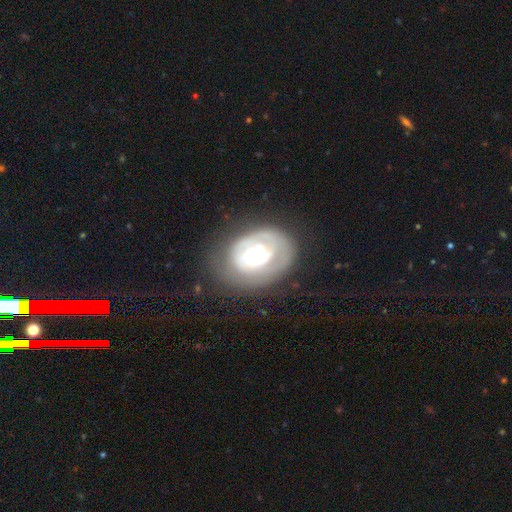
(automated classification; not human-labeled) Smooth or featured: featured or disk — 65% (smooth — 28%)
Edge-on disk: no — 96% (yes — 4%)
Bar: no — 69% (weak — 24%)
Spiral arms: yes — 64% (no — 36%)
Bulge size: moderate — 40% (small — 37%)
Merging: none — 56% (minor disturbance — 25%)